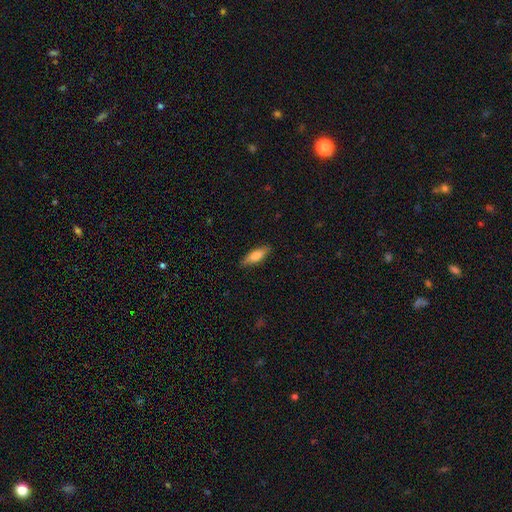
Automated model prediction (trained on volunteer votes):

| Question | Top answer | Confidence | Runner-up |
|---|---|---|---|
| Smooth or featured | smooth | 71% | featured or disk (23%) |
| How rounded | cigar-shaped | 49% | tied: in between (49%) |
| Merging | none | 85% | minor disturbance (11%) |